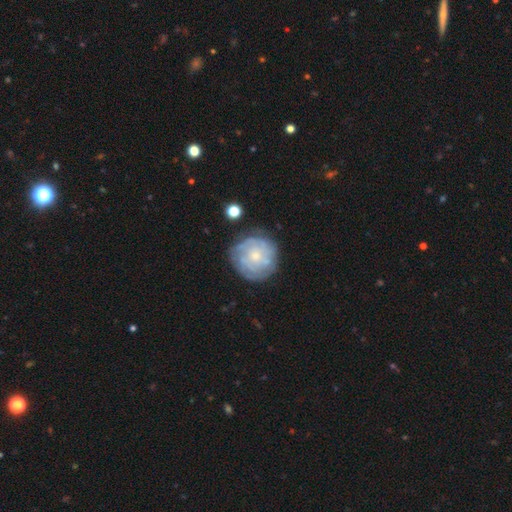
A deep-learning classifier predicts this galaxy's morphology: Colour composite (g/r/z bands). It shows a featured or disk galaxy (62%) with no bar (82%), spiral arms (68%) and a small central bulge (58%). Merging: none (72%).